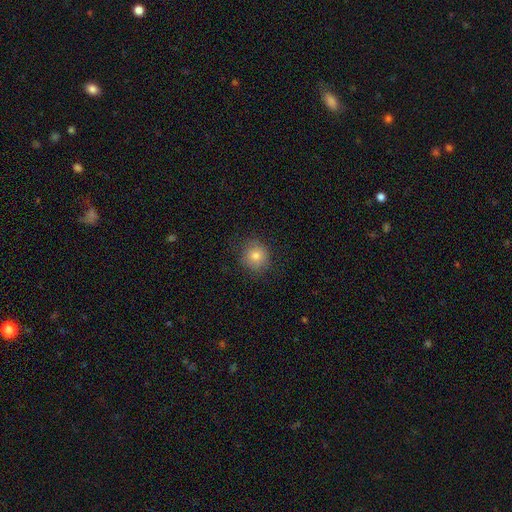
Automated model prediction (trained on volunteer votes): This is likely a smooth galaxy (79%). How rounded: clearly round (86%). Merging: clearly none (84%).